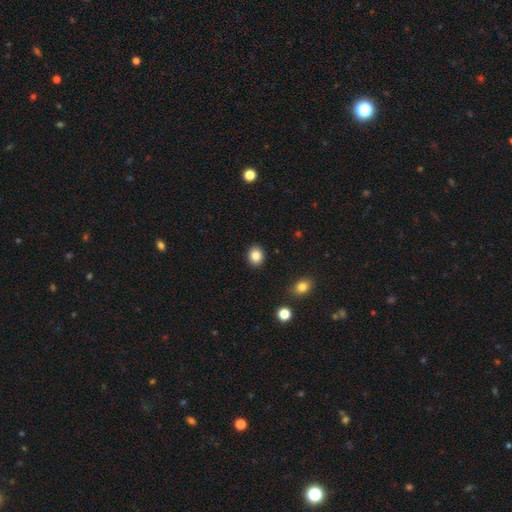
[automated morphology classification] Q: Smooth or featured?
A: smooth (85%); runner-up: star or artifact (10%)
Q: How rounded?
A: round (62%); runner-up: in between (37%)
Q: Merging?
A: none (90%); runner-up: minor disturbance (7%)